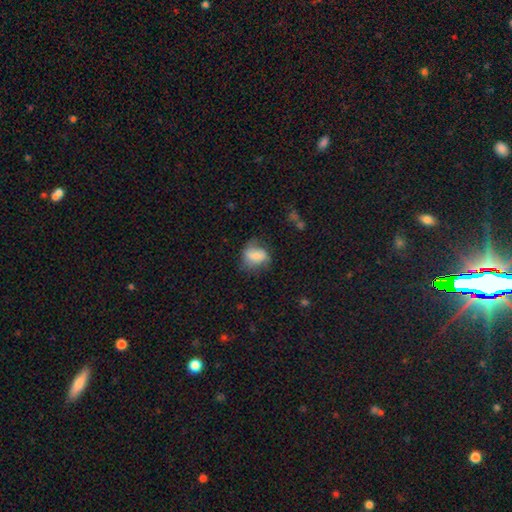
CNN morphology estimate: Q: Smooth or featured?
A: smooth (60%); runner-up: featured or disk (32%)
Q: How rounded?
A: in between (54%); runner-up: round (44%)
Q: Merging?
A: none (50%); runner-up: minor disturbance (30%)